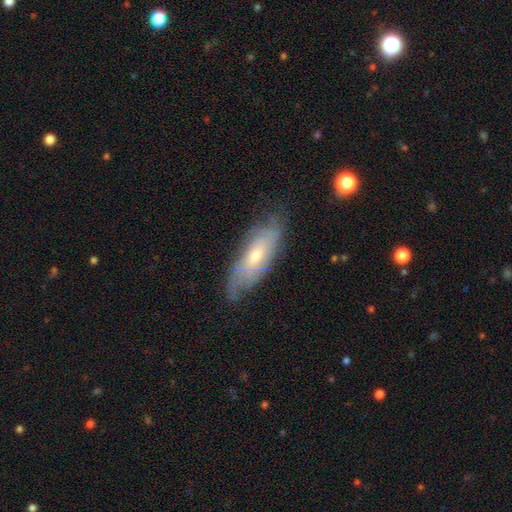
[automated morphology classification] Q: Smooth or featured?
A: featured or disk (61%); runner-up: smooth (32%)
Q: Edge-on disk?
A: no (75%); runner-up: yes (25%)
Q: Merging?
A: none (68%); runner-up: minor disturbance (24%)